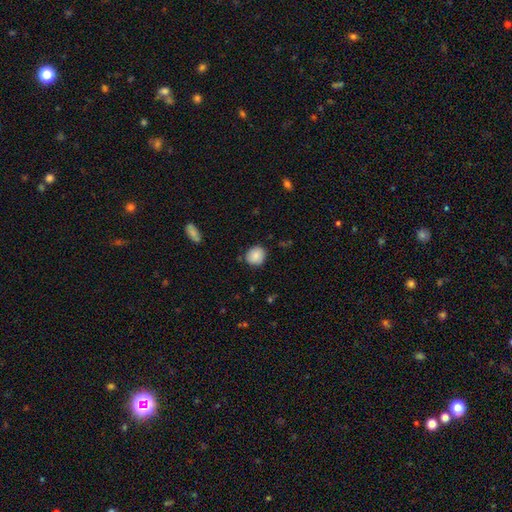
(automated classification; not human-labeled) Morphology: type=smooth (85%); roundness=round (80%); merging=none (81%).